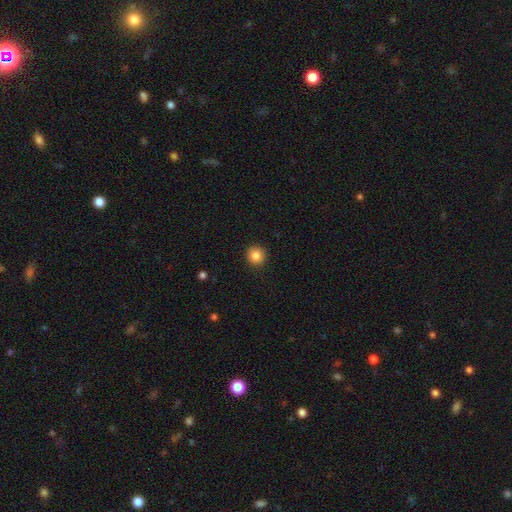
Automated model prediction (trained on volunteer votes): Smooth or featured: smooth — 85% (star or artifact — 10%)
How rounded: round — 94% (in between — 5%)
Merging: none — 93% (minor disturbance — 5%)